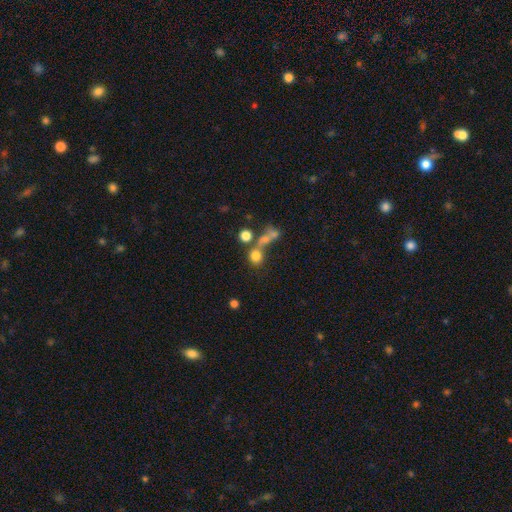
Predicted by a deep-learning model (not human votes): Smooth or featured? smooth (71%)
How rounded? round (84%)
Merging? none (47%)